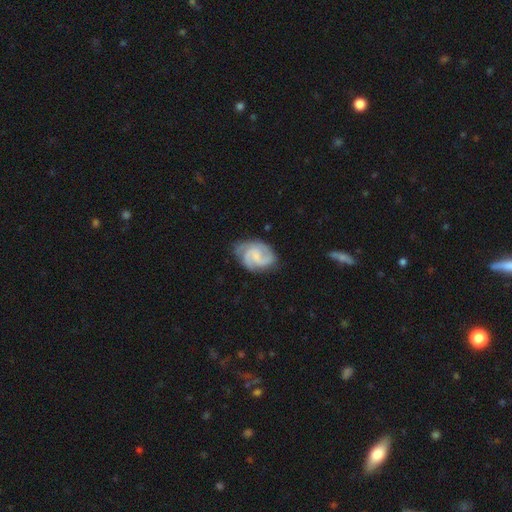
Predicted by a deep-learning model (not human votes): featured or disk 84%, smooth 11%, star or artifact 5%. Down the decision tree: edge-on disk — no (98%); bar — no (46%); spiral arms — yes (97%); spiral arm count — 2 (42%); spiral winding — medium (48%); bulge size — small (41%); merging — none (70%).